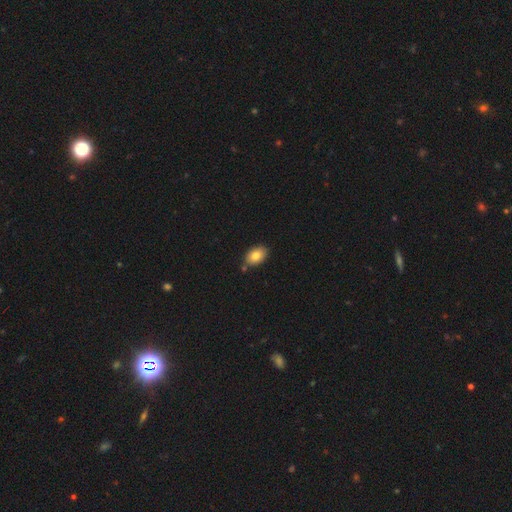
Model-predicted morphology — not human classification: smooth_or_featured: smooth (p=0.83) [alt: featured or disk p=0.09]
how_rounded: in between (p=0.85) [alt: round p=0.14]
merging: none (p=0.79) [alt: minor disturbance p=0.12]